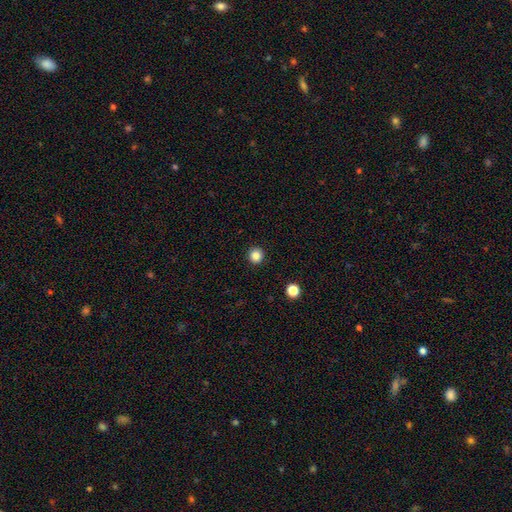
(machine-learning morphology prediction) This is clearly a smooth galaxy (85%). How rounded: clearly round (95%). Merging: clearly none (93%).